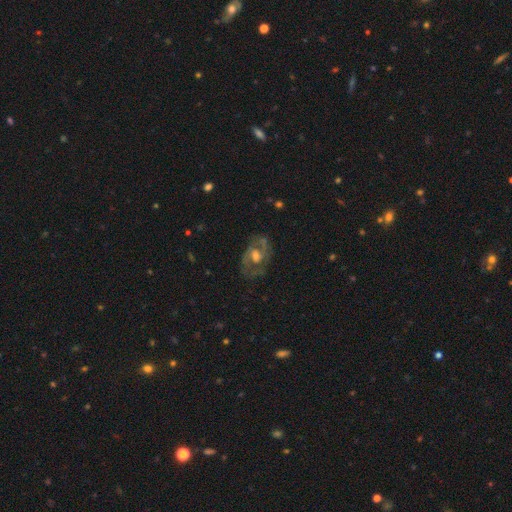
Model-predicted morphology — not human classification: This is likely a featured or disk galaxy (72%). It is clearly not viewed edge-on (95%). Bar: possibly no (58%). Spiral arm pattern: likely yes (70%). Central bulge: likely moderate (60%). Merging: likely none (67%).